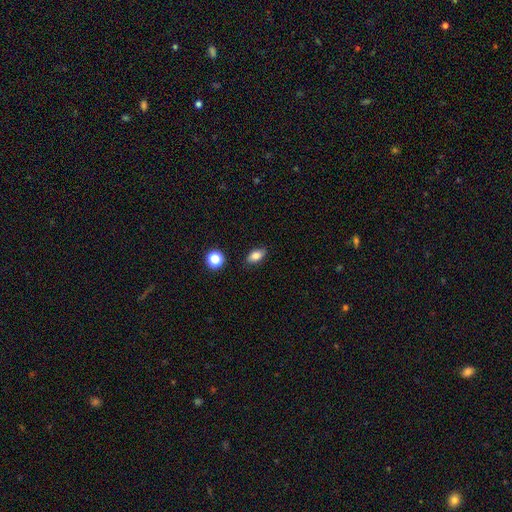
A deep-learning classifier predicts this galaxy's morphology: A smooth galaxy with no disk features (80%) that is in between round and cigar-shaped (85%).

Vote fractions:
- Smooth or featured? smooth: 80% / star or artifact: 10% / featured or disk: 10%
- How rounded? in between: 85% / round: 9% / cigar-shaped: 5%
- Merging? none: 86% / minor disturbance: 10% / major disturbance: 2% / merger: 2%